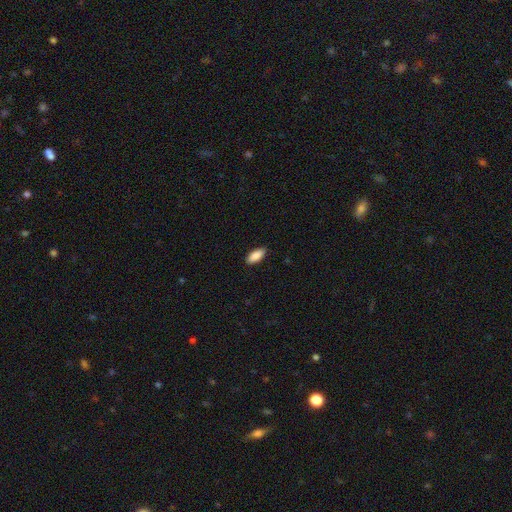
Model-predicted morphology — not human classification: Smooth or featured?
  - smooth: 88% *
  - star or artifact: 6%
  - featured or disk: 5%
How rounded?
  - in between: 85% *
  - cigar-shaped: 13%
  - round: 2%
Merging?
  - none: 86% *
  - minor disturbance: 11%
  - major disturbance: 2%
  - merger: 1%